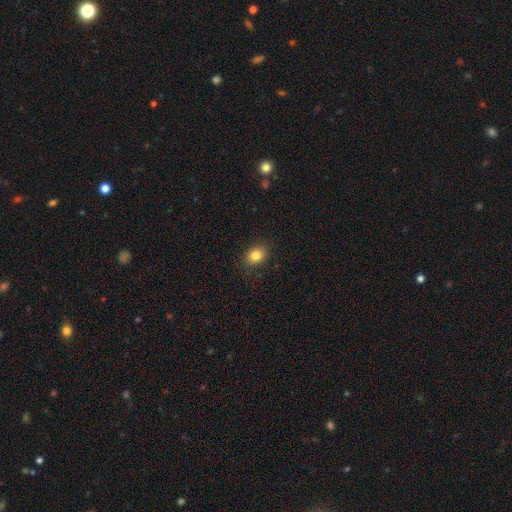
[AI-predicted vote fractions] Q: Smooth or featured?
A: smooth (84%); runner-up: star or artifact (10%)
Q: How rounded?
A: in between (54%); runner-up: round (45%)
Q: Merging?
A: none (86%); runner-up: minor disturbance (10%)